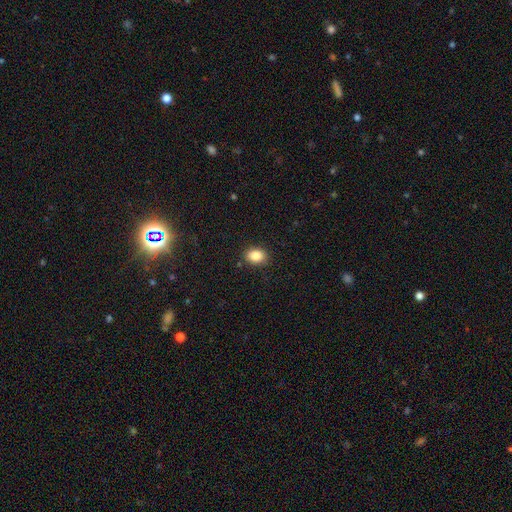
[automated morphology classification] A smooth galaxy with no disk features (86%) that is in between round and cigar-shaped (69%). Merging: none (87%).